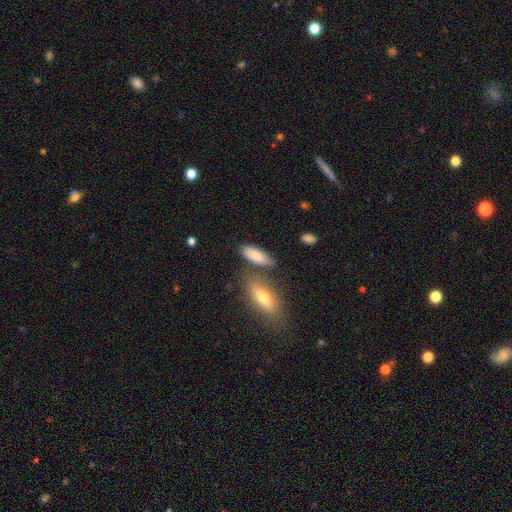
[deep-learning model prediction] This is clearly a smooth galaxy (80%). How rounded: likely in between (71%). Merging: likely none (63%).